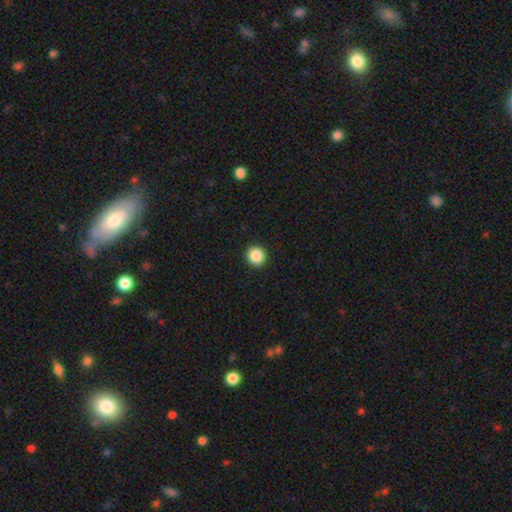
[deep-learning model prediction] A smooth galaxy with no disk features (87%) that is round (94%).

Vote fractions:
- Smooth or featured? smooth: 87% / star or artifact: 9% / featured or disk: 3%
- How rounded? round: 94% / in between: 5% / cigar-shaped: 1%
- Merging? none: 93% / minor disturbance: 4% / major disturbance: 1% / merger: 1%